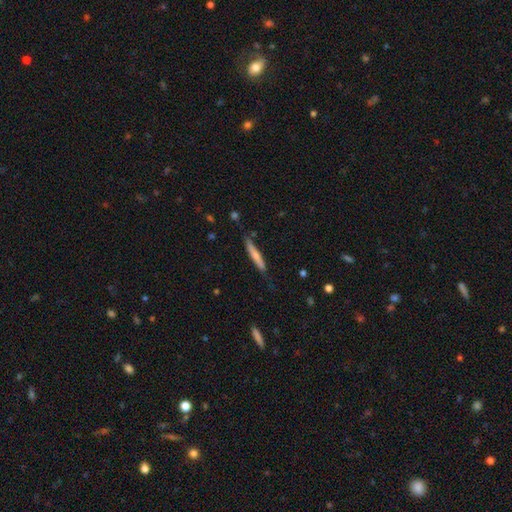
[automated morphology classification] A smooth galaxy with no disk features (66%) that is cigar-shaped (94%). Merging: none (77%).